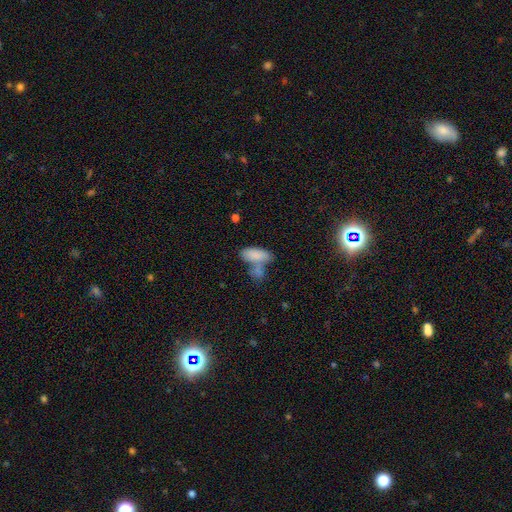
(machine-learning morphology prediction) Q: Smooth or featured?
A: smooth (82%); runner-up: featured or disk (10%)
Q: How rounded?
A: in between (82%); runner-up: cigar-shaped (15%)
Q: Merging?
A: merger (43%); runner-up: none (37%)